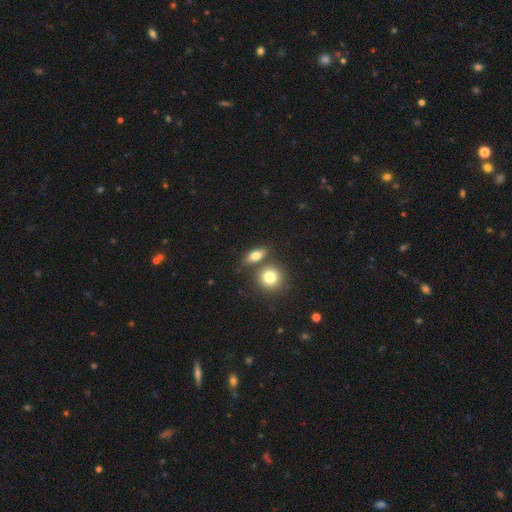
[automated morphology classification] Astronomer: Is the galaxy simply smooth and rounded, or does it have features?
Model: smooth — 71%.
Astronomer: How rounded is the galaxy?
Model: in between — 60%.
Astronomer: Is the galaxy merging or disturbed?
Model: none — 65%.